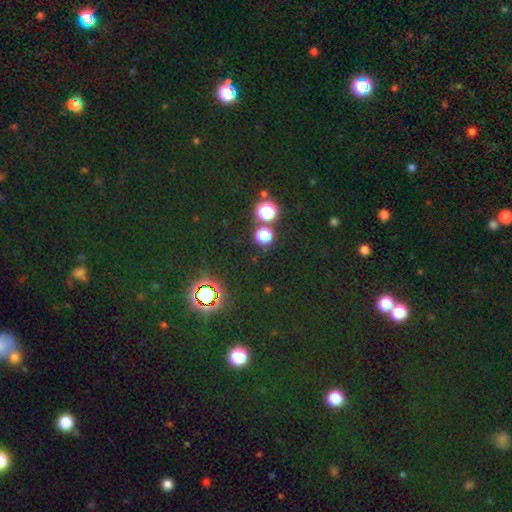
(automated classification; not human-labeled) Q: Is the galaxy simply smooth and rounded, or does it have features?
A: star or artifact — 69%.